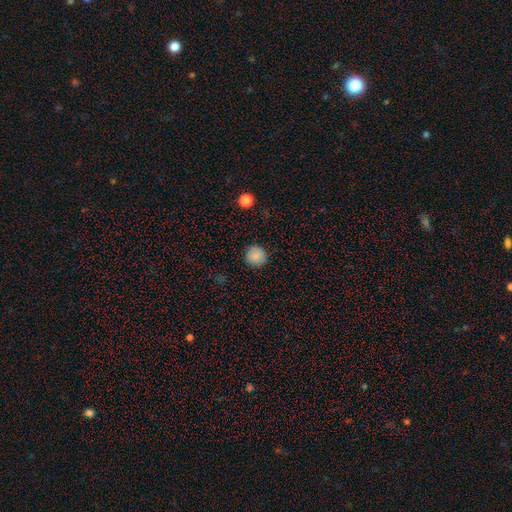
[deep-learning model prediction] Smooth or featured?
  - smooth: 86% *
  - star or artifact: 9%
  - featured or disk: 5%
How rounded?
  - round: 93% *
  - in between: 6%
  - cigar-shaped: 1%
Merging?
  - none: 89% *
  - minor disturbance: 8%
  - major disturbance: 2%
  - merger: 1%